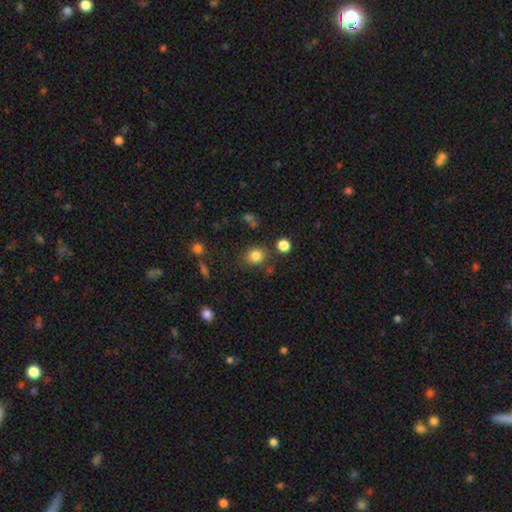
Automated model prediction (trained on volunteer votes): This is clearly a smooth galaxy (82%). How rounded: likely round (72%). Merging: likely none (76%).